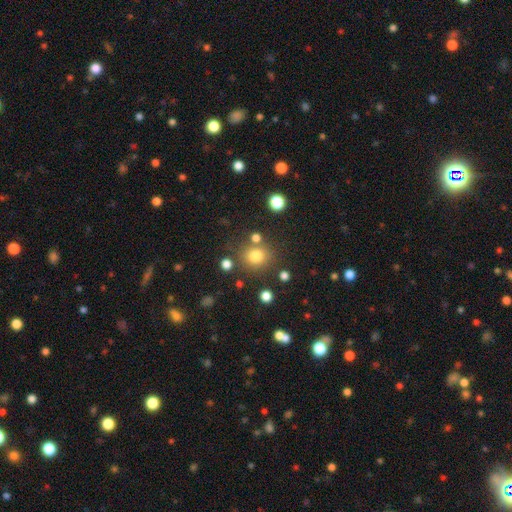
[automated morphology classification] A smooth galaxy with no disk features (78%) that is round (84%).

Vote fractions:
- Smooth or featured? smooth: 78% / star or artifact: 14% / featured or disk: 8%
- How rounded? round: 84% / in between: 15% / cigar-shaped: 1%
- Merging? none: 76% / minor disturbance: 11% / merger: 9% / major disturbance: 4%